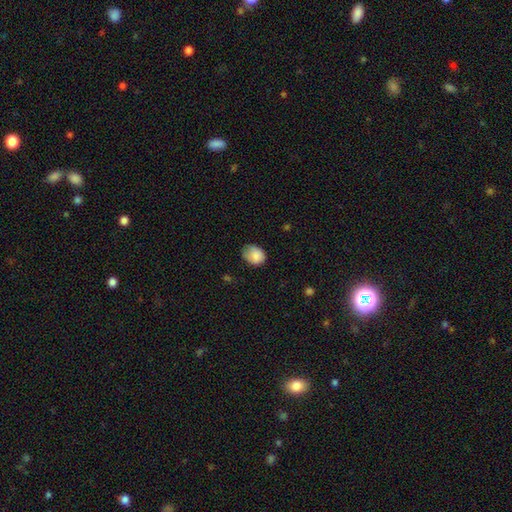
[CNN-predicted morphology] smooth-or-featured: smooth: 85% | star or artifact: 8% | featured or disk: 7%
  how-rounded: in between: 56% | round: 43% | cigar-shaped: 1%
  merging: none: 58% | minor disturbance: 33% | major disturbance: 8% | merger: 1%